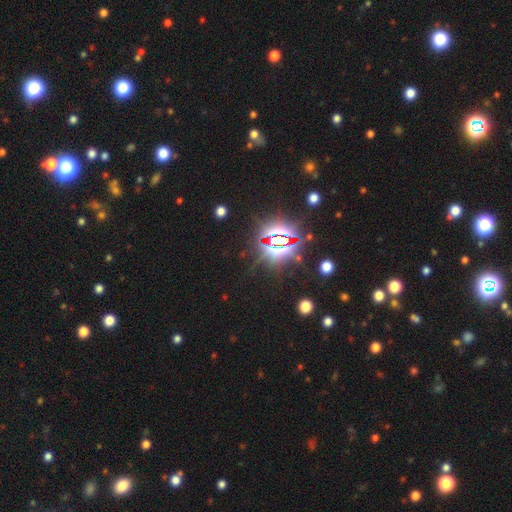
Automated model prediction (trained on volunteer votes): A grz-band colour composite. It shows a star or artifact, not a galaxy (83%).